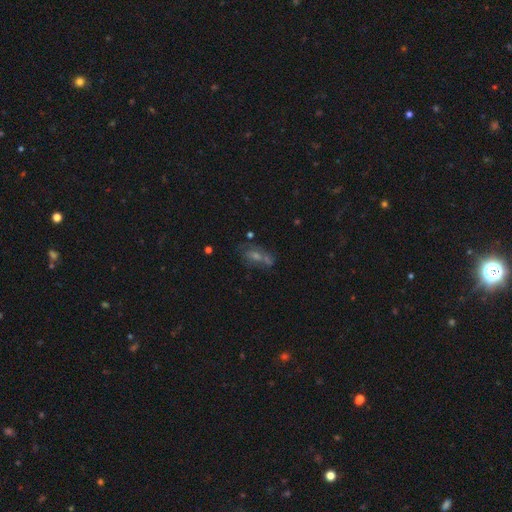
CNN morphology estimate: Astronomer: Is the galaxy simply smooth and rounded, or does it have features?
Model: smooth — 37% (runner-up: featured or disk, 35%).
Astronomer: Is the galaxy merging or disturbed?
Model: none — 52%.